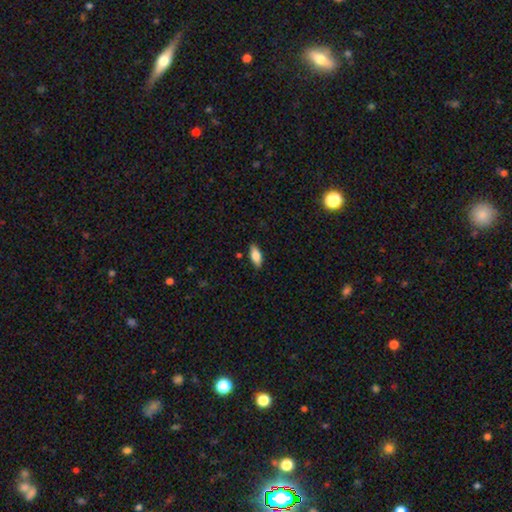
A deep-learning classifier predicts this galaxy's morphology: smooth-or-featured: smooth: 78% | featured or disk: 16% | star or artifact: 7%
  how-rounded: in between: 81% | cigar-shaped: 17% | round: 2%
  merging: none: 86% | minor disturbance: 11% | major disturbance: 2% | merger: 2%